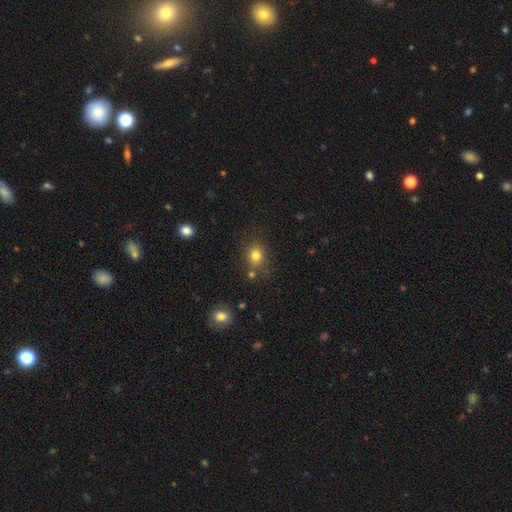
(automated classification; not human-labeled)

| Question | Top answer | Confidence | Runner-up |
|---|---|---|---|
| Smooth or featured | smooth | 79% | star or artifact (13%) |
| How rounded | round | 64% | in between (35%) |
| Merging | none | 74% | minor disturbance (14%) |